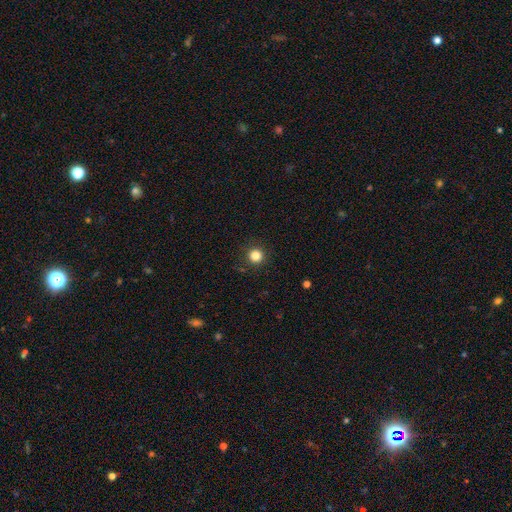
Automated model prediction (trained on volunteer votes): This appears to be a smooth galaxy with no disk features (84%) that is round (96%). Merging: none (91%).